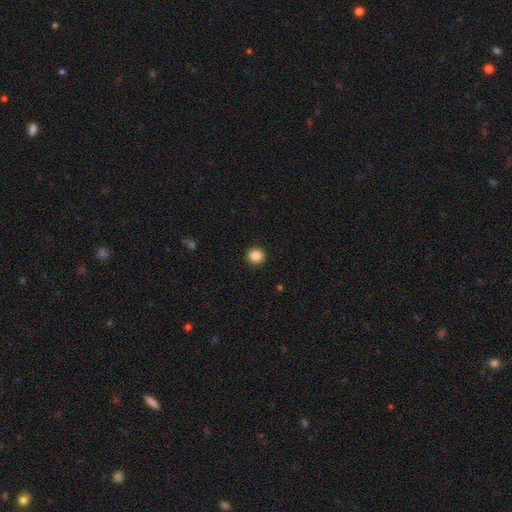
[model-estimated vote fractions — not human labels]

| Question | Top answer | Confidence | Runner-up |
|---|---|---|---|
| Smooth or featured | smooth | 85% | star or artifact (10%) |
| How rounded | round | 91% | in between (8%) |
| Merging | none | 93% | minor disturbance (5%) |